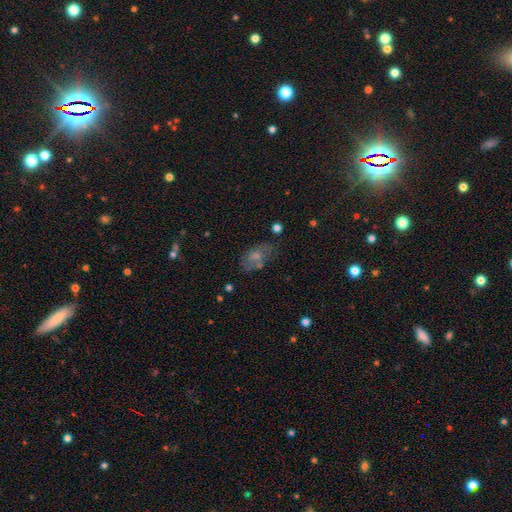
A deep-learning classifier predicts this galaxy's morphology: type=smooth (40%); merging=none (64%).